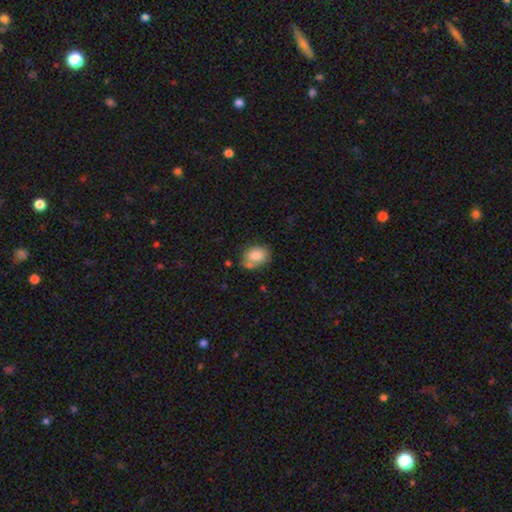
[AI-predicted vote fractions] A smooth galaxy with no disk features (79%) that is in between round and cigar-shaped (71%).

Vote fractions:
- Smooth or featured? smooth: 79% / featured or disk: 13% / star or artifact: 8%
- How rounded? in between: 71% / round: 28% / cigar-shaped: 1%
- Merging? none: 54% / minor disturbance: 26% / merger: 12% / major disturbance: 7%